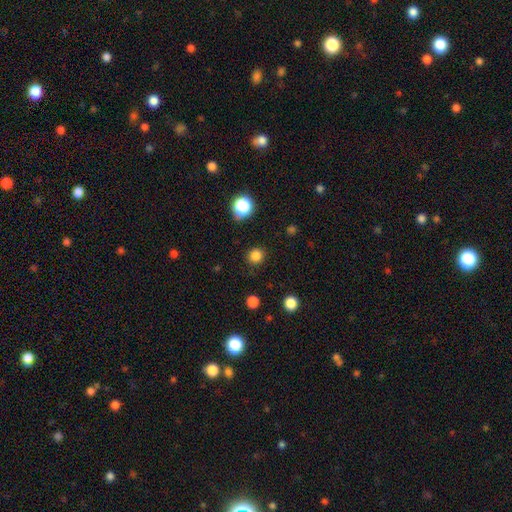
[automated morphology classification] Smooth or featured: smooth — 83% (star or artifact — 13%)
How rounded: round — 92% (in between — 7%)
Merging: none — 89% (minor disturbance — 7%)